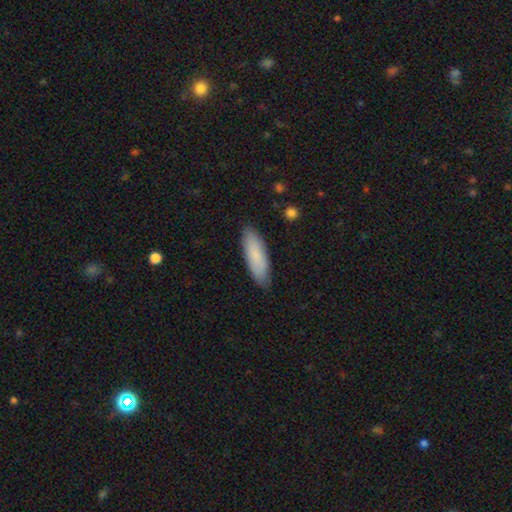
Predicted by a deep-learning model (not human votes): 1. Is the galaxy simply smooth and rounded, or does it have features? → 84% smooth, 11% featured or disk, 5% star or artifact.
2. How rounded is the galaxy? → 51% cigar-shaped, 48% in between, 2% round.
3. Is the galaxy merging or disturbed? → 87% none, 10% minor disturbance, 2% major disturbance, 1% merger.